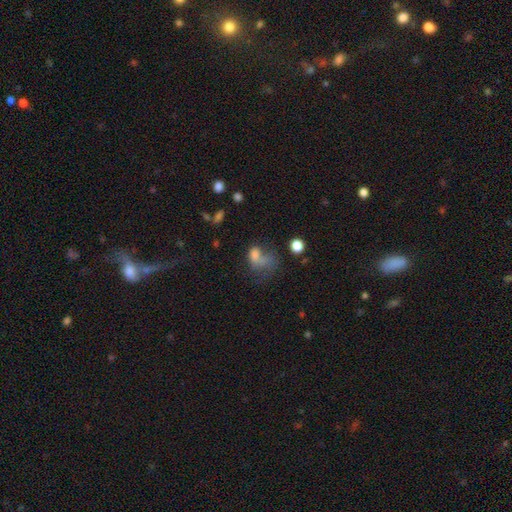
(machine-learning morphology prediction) smooth 60%, featured or disk 22%, star or artifact 18%. Down the decision tree: how rounded — in between (69%); merging — major disturbance (44%).